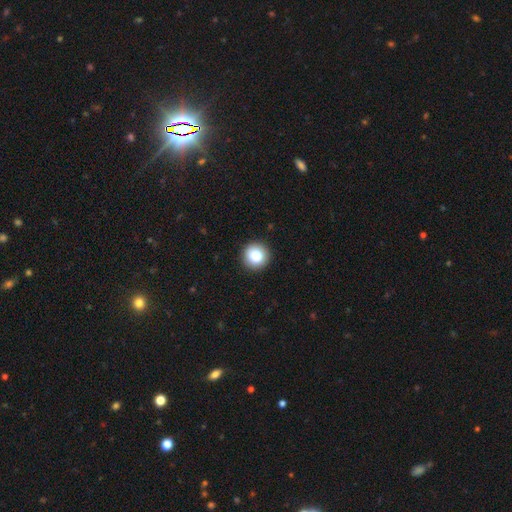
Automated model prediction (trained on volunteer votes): A smooth galaxy with no disk features (86%) that is round (95%). Merging: none (92%).